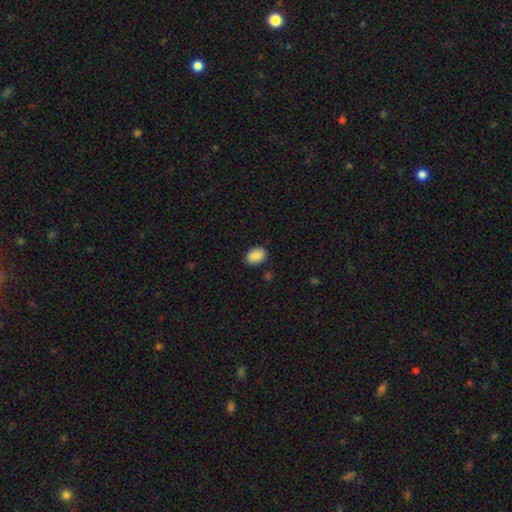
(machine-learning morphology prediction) The model was most divided on "how rounded": in between: 79%, round: 20%, cigar-shaped: 1%. More confident: smooth or featured — smooth (89%); merging — none (86%).